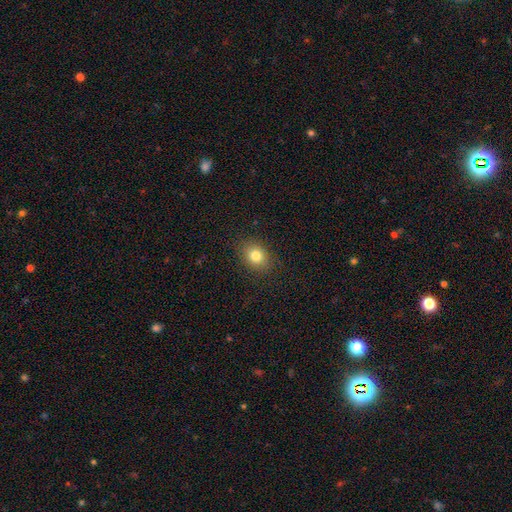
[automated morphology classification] A smooth galaxy with no disk features (81%) that is in between round and cigar-shaped (55%).

Vote fractions:
- Smooth or featured? smooth: 81% / star or artifact: 11% / featured or disk: 9%
- How rounded? in between: 55% / round: 44% / cigar-shaped: 1%
- Merging? none: 87% / minor disturbance: 9% / major disturbance: 3% / merger: 1%